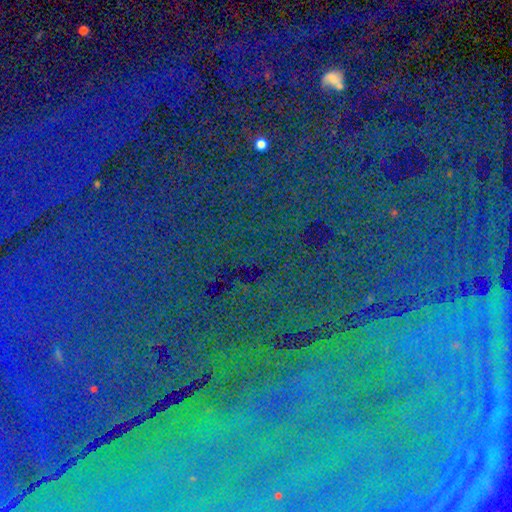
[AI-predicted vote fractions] star or artifact 83%, featured or disk 9%, smooth 8%.